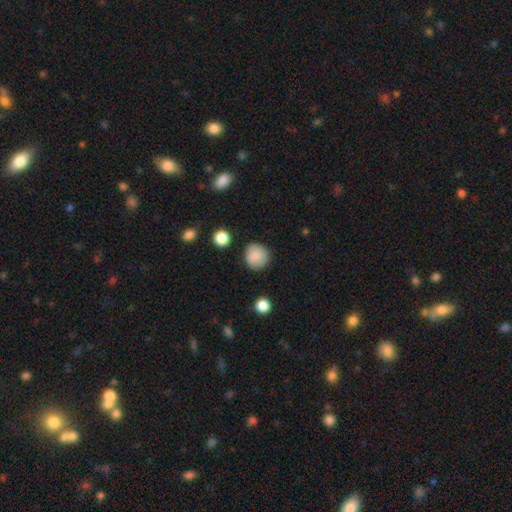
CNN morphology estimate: The model was most divided on "merging": none: 85%, minor disturbance: 11%, major disturbance: 3%, merger: 2%. More confident: how rounded — round (89%); smooth or featured — smooth (87%).